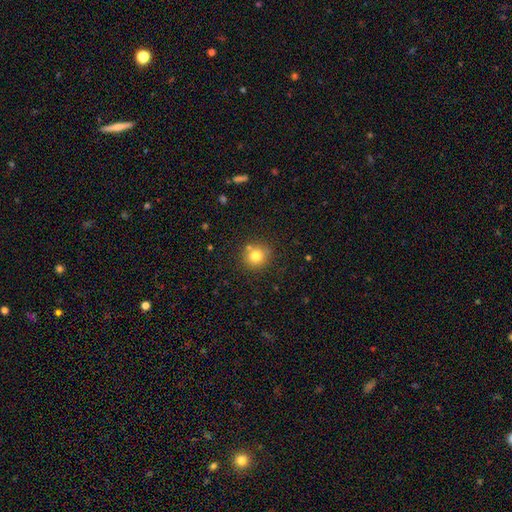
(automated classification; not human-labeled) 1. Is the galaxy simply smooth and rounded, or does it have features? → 78% smooth, 13% star or artifact, 9% featured or disk.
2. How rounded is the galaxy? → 91% round, 8% in between, 1% cigar-shaped.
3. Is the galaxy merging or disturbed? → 80% none, 9% minor disturbance, 8% merger, 3% major disturbance.